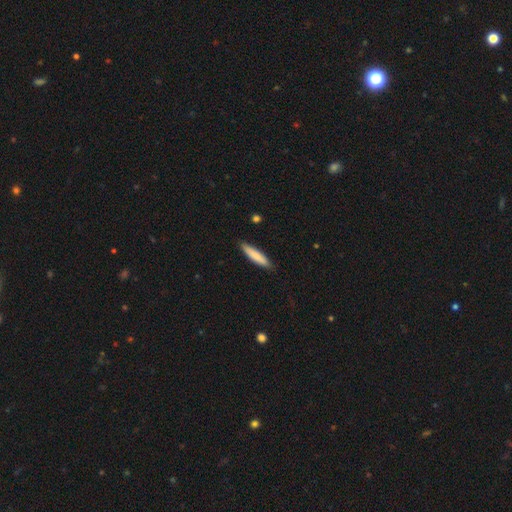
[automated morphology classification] Smooth or featured? smooth (80%)
How rounded? cigar-shaped (83%)
Merging? none (87%)